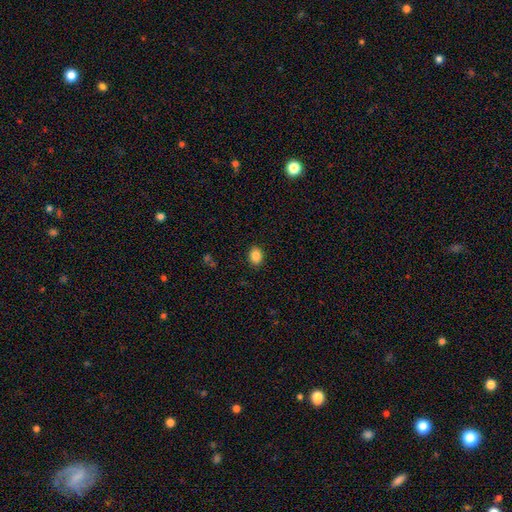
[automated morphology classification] smooth_or_featured: smooth (p=0.87) [alt: star or artifact p=0.09]
how_rounded: in between (p=0.66) [alt: round p=0.33]
merging: none (p=0.89) [alt: minor disturbance p=0.08]